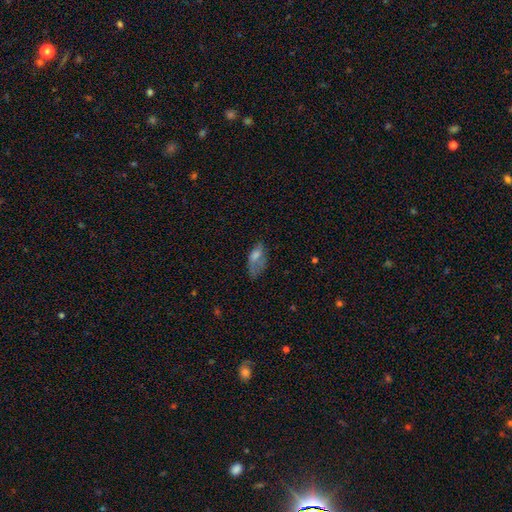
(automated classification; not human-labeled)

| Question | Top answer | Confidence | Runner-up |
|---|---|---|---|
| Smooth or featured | smooth | 55% | featured or disk (32%) |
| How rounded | in between | 85% | cigar-shaped (10%) |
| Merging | none | 38% | minor disturbance (30%) |